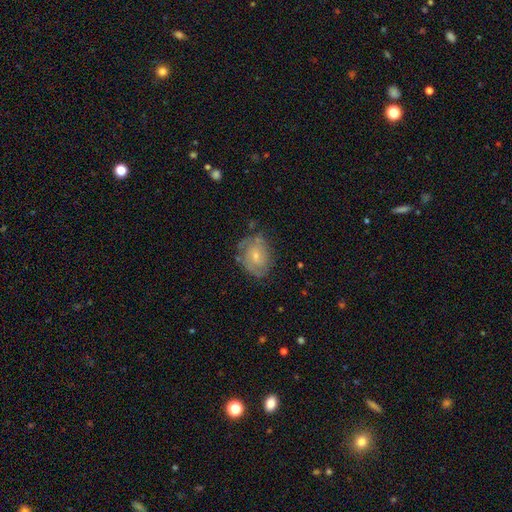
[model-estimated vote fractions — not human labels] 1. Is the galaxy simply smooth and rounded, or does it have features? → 64% featured or disk, 28% smooth, 7% star or artifact.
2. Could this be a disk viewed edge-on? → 97% no, 3% yes.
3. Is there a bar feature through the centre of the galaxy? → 64% no, 32% weak, 5% strong.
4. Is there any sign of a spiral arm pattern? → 82% yes, 18% no.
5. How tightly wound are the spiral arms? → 52% tight, 36% medium, 12% loose.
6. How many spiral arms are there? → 45% 2, 34% can't tell, 10% 3, 5% 1, 3% 4, 3% more than 4.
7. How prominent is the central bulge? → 62% small, 33% moderate, 3% none, 1% large, 1% dominant.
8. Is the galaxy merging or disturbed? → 66% none, 23% minor disturbance, 9% major disturbance, 3% merger.